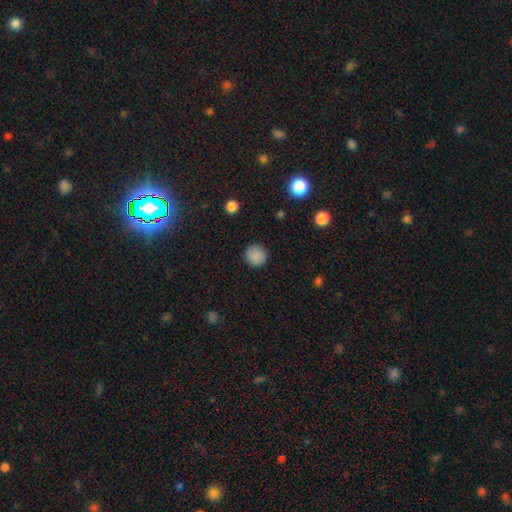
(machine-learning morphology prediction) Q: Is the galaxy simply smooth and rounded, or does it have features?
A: smooth — 87%.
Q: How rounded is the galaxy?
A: round — 94%.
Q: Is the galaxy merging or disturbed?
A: none — 90%.